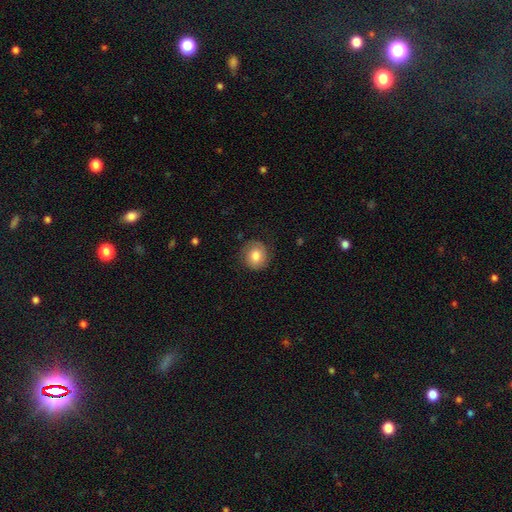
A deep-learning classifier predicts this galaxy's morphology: This appears to be a smooth galaxy with no disk features (72%) that is round (85%). Merging: none (80%).